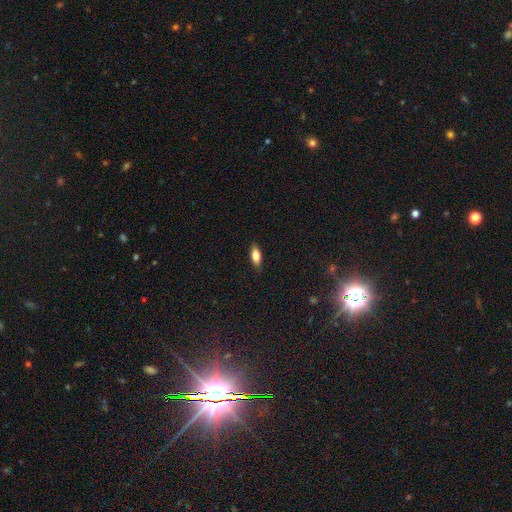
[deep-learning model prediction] smooth-or-featured: smooth: 79% | featured or disk: 14% | star or artifact: 7%
  how-rounded: in between: 79% | cigar-shaped: 18% | round: 3%
  merging: none: 85% | minor disturbance: 11% | major disturbance: 2% | merger: 1%